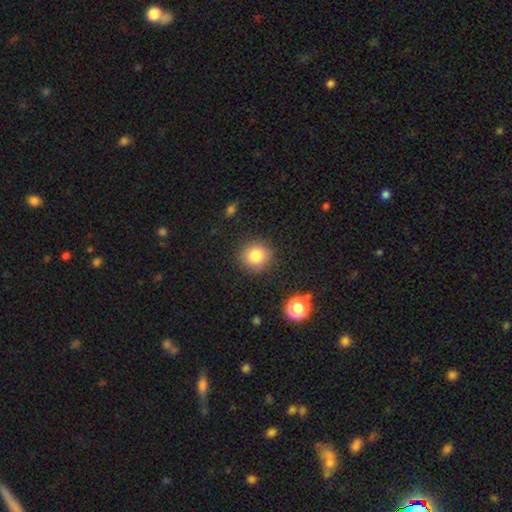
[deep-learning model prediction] Smooth or featured: smooth — 82% (star or artifact — 11%)
How rounded: round — 90% (in between — 9%)
Merging: none — 88% (minor disturbance — 8%)